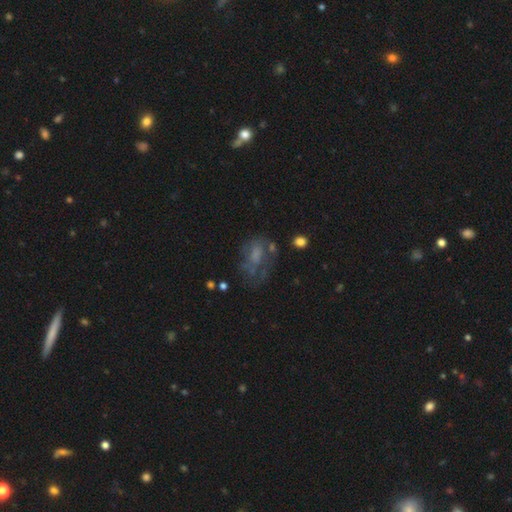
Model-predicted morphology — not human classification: type=featured or disk (45%); merging=none (42%).